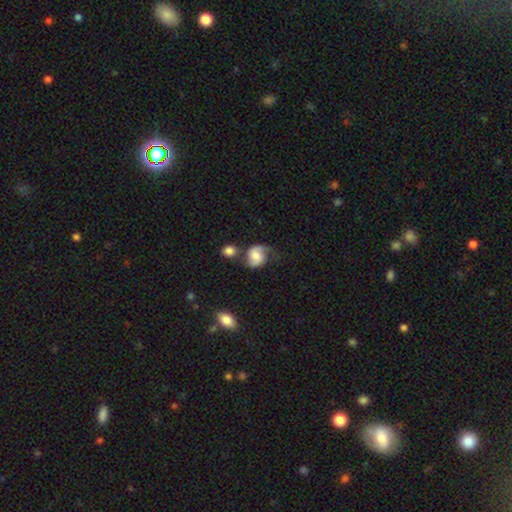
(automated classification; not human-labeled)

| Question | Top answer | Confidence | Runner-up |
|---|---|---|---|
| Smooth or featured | featured or disk | 65% | smooth (28%) |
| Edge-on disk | no | 97% | yes (3%) |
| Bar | no | 58% | weak (34%) |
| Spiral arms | yes | 92% | no (8%) |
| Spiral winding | medium | 43% | tied: loose (43%) |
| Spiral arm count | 2 | 82% | 1 (11%) |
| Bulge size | moderate | 50% | small (22%) |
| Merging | none | 44% | merger (22%) |